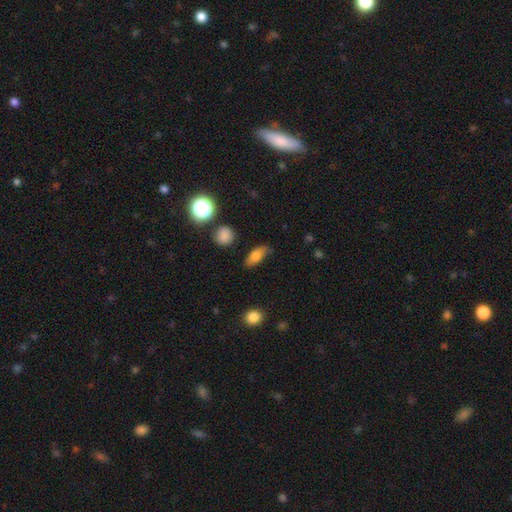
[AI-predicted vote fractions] A smooth galaxy with no disk features (74%) that is in between round and cigar-shaped (74%). Merging: none (74%).